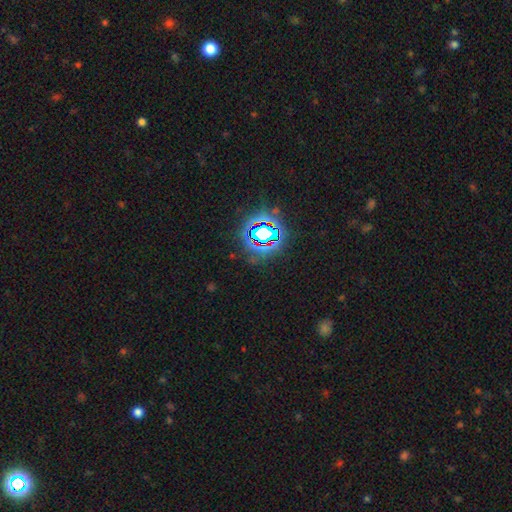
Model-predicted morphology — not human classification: A star or artifact, not a galaxy (81%).